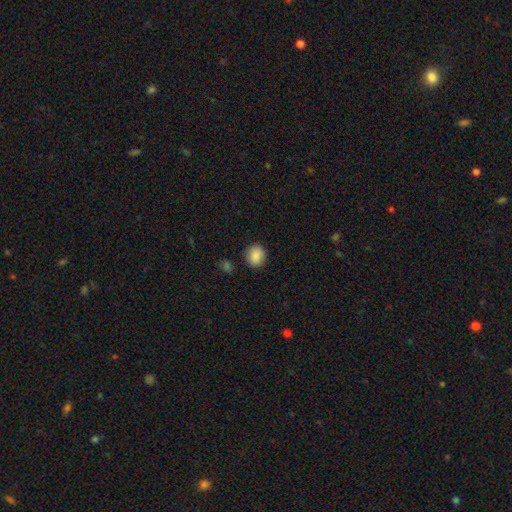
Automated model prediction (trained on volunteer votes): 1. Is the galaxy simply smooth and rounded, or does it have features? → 88% smooth, 8% star or artifact, 4% featured or disk.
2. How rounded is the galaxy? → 76% round, 23% in between, 1% cigar-shaped.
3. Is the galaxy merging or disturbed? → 85% none, 10% minor disturbance, 3% major disturbance, 2% merger.